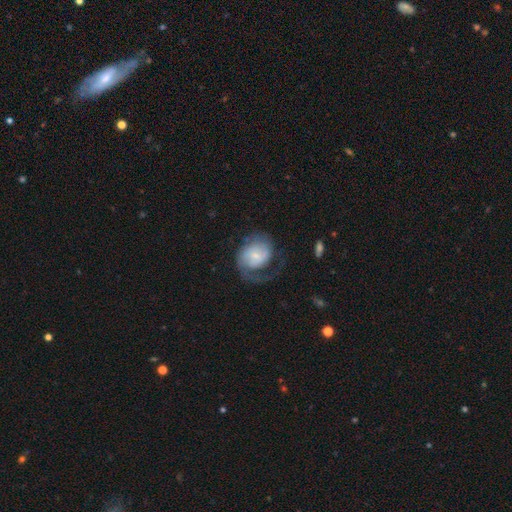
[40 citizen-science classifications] Q: Smooth or featured?
A: featured or disk (75%); runner-up: smooth (20%)
Q: Edge-on disk?
A: no (100%)
Q: Bar?
A: no (77%); runner-up: weak (23%)
Q: Spiral arms?
A: yes (87%); runner-up: no (13%)
Q: Spiral winding?
A: tight (50%); runner-up: medium (35%)
Q: Spiral arm count?
A: 1 (42%); runner-up: 2 (35%)
Q: Bulge size?
A: small (63%); runner-up: moderate (17%)
Q: Merging?
A: none (47%); runner-up: major disturbance (32%)